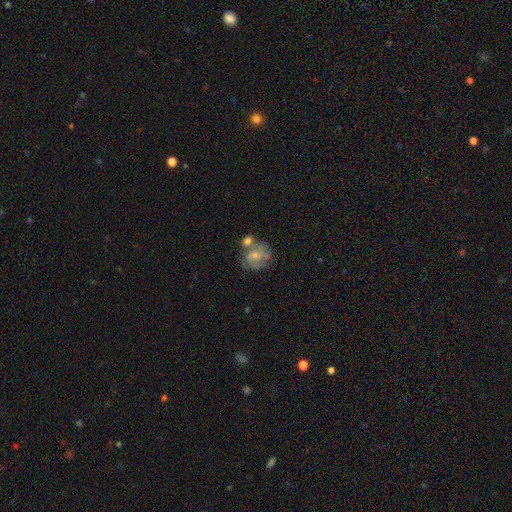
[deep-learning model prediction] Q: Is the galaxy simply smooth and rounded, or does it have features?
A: featured or disk — 53%.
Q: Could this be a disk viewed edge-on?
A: no — 98%.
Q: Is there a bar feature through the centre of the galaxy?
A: no — 71%.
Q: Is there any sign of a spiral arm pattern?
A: yes — 53%.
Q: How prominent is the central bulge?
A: small — 48%.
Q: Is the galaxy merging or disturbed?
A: none — 39%.